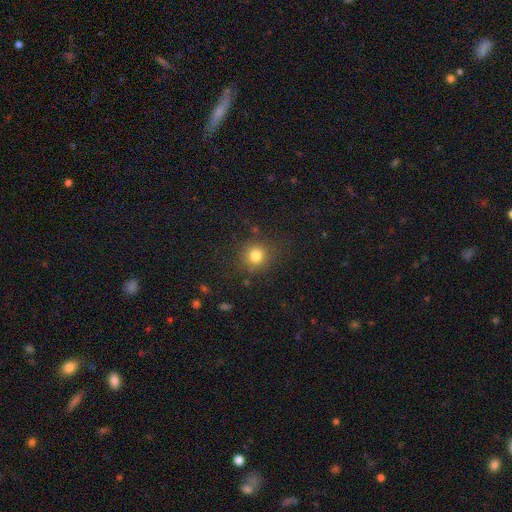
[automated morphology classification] Smooth or featured: smooth — 80% (star or artifact — 14%)
How rounded: round — 90% (in between — 9%)
Merging: none — 83% (minor disturbance — 11%)